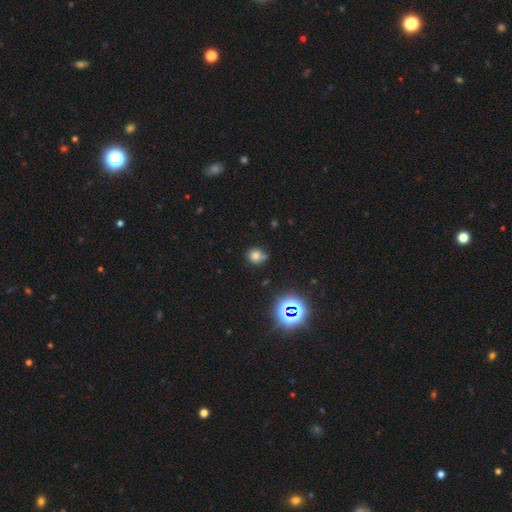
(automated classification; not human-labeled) smooth 71%, star or artifact 19%, featured or disk 9%. Down the decision tree: how rounded — round (80%); merging — none (64%).